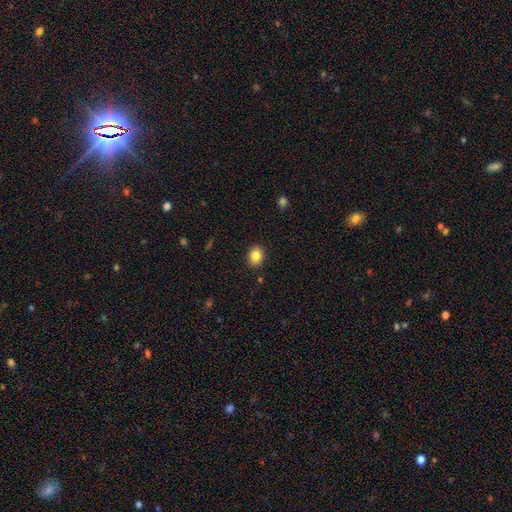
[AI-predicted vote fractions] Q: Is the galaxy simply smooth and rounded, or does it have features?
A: smooth — 84%.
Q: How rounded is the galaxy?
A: in between — 52%.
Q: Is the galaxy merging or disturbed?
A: none — 89%.